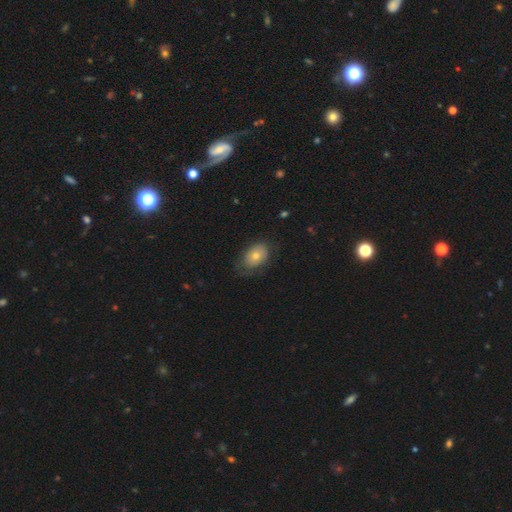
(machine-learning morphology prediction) Q: Smooth or featured?
A: smooth (69%); runner-up: featured or disk (23%)
Q: How rounded?
A: in between (81%); runner-up: round (18%)
Q: Merging?
A: none (59%); runner-up: minor disturbance (29%)